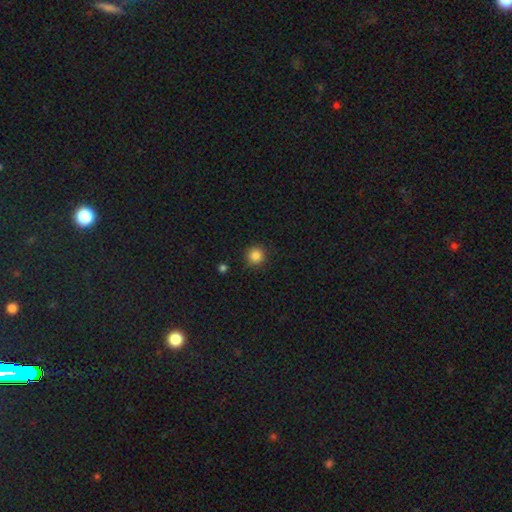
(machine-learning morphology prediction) Overall: smooth (85%). How rounded: round (95%). Merging: none (90%).